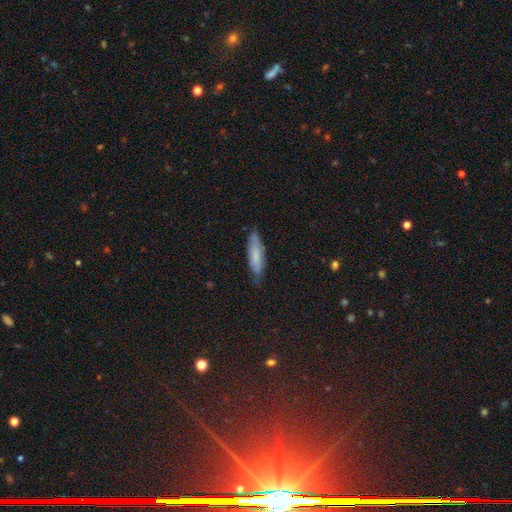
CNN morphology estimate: type=smooth (71%); roundness=cigar-shaped (62%); merging=none (76%).